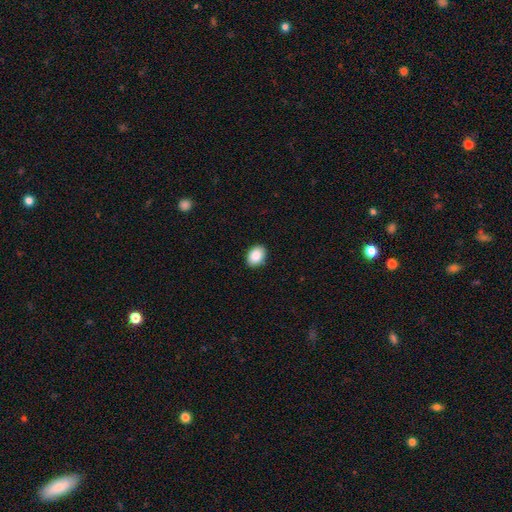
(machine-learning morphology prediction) Smooth or featured? Predicted: smooth (p=0.89). How rounded? Predicted: in between (p=0.78). Merging? Predicted: none (p=0.90).